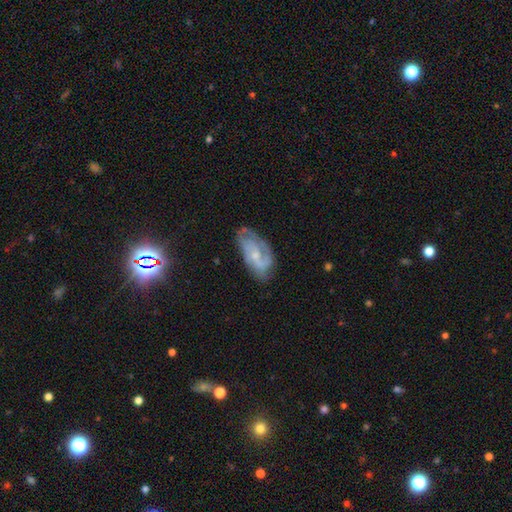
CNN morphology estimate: A featured or disk galaxy (72%) with no bar (61%), 2 (47%) medium (43%) spiral arms (88%) and a small central bulge (61%).

Vote fractions:
- Smooth or featured? featured or disk: 72% / smooth: 21% / star or artifact: 7%
- Edge-on disk? no: 95% / yes: 5%
- Bar? no: 61% / weak: 33% / strong: 6%
- Spiral arms? yes: 88% / no: 12%
- Spiral winding? medium: 43% / tight: 37% / loose: 20%
- Spiral arm count? 2: 47% / can't tell: 27% / 3: 14% / 1: 7% / 4: 3% / more than 4: 3%
- Bulge size? small: 61% / moderate: 32% / none: 5% / large: 1% / dominant: 1%
- Merging? none: 58% / minor disturbance: 27% / major disturbance: 13% / merger: 2%